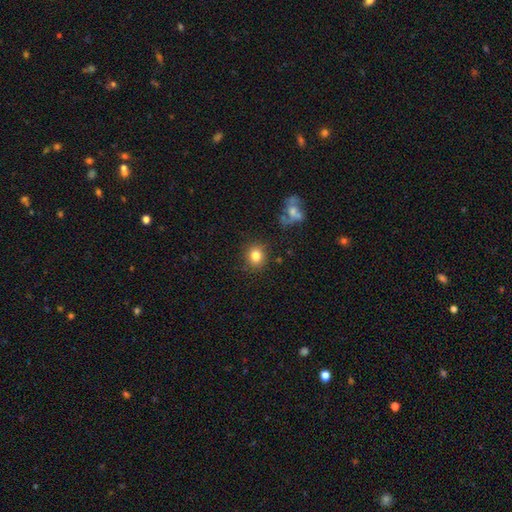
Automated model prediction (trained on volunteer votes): smooth_or_featured: smooth (p=0.82) [alt: star or artifact p=0.10]
how_rounded: round (p=0.75) [alt: in between p=0.24]
merging: none (p=0.85) [alt: minor disturbance p=0.09]